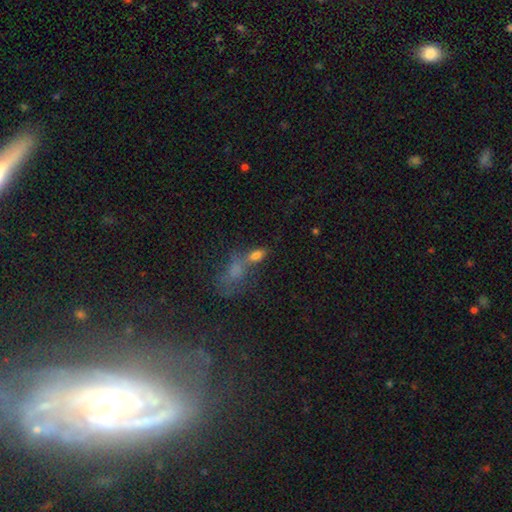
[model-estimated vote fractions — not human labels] Smooth or featured?
  - smooth: 69% *
  - star or artifact: 16%
  - featured or disk: 15%
How rounded?
  - in between: 76% *
  - cigar-shaped: 14%
  - round: 10%
Merging?
  - none: 39% * (tied)
  - merger: 39% * (tied)
  - minor disturbance: 13%
  - major disturbance: 10%